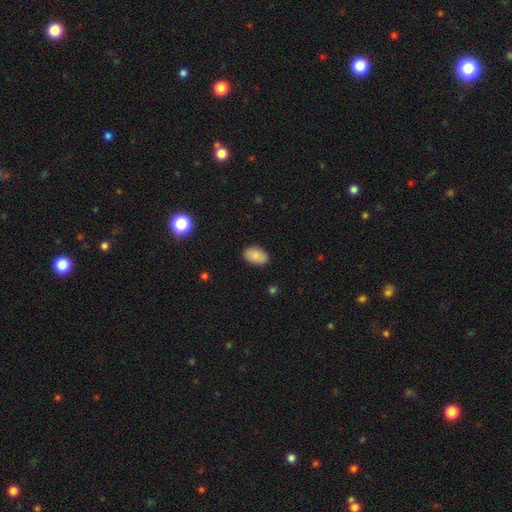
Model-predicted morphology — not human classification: smooth-or-featured: smooth: 86% | star or artifact: 7% | featured or disk: 7%
  how-rounded: in between: 91% | round: 8% | cigar-shaped: 1%
  merging: none: 87% | minor disturbance: 10% | major disturbance: 2% | merger: 1%